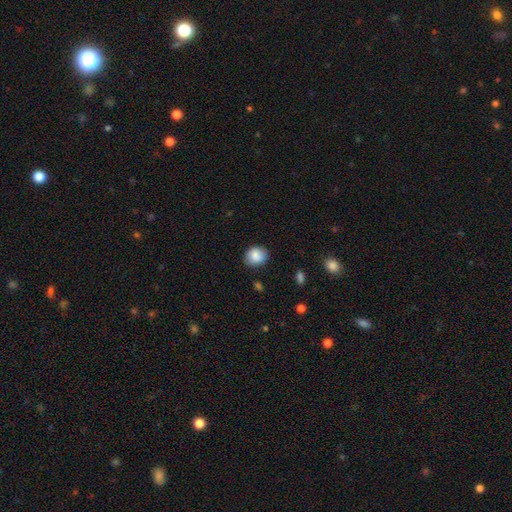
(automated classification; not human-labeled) The model was most divided on "how rounded": round: 66%, in between: 33%, cigar-shaped: 1%. More confident: smooth or featured — smooth (85%); merging — none (81%).